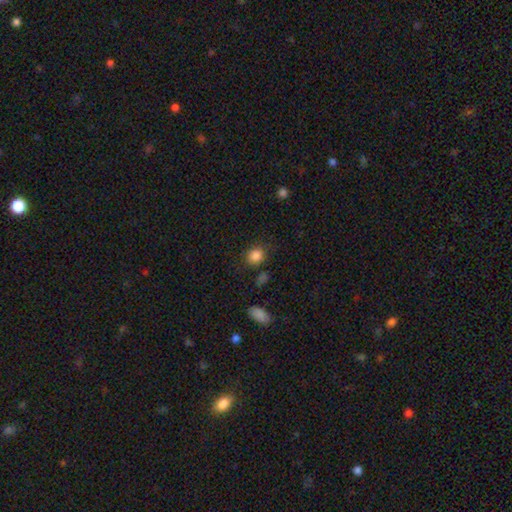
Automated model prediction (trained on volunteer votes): This appears to be a smooth galaxy with no disk features (85%) that is round (71%). Merging: none (78%).